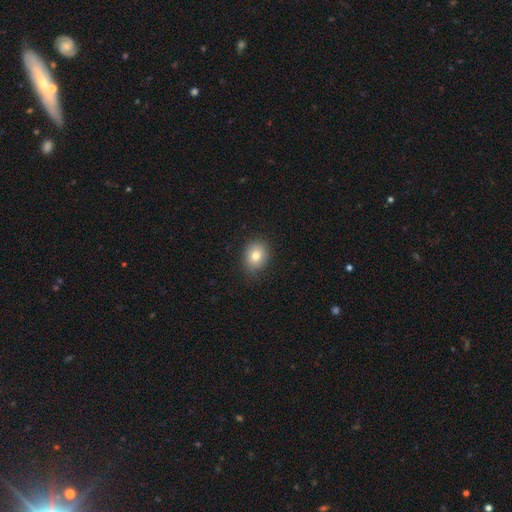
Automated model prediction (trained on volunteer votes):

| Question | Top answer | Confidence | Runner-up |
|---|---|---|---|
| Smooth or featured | smooth | 79% | featured or disk (11%) |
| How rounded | round | 64% | in between (35%) |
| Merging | none | 84% | minor disturbance (12%) |